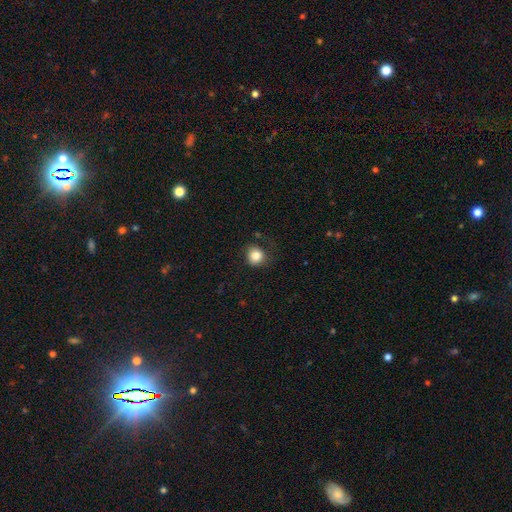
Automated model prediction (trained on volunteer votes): A smooth galaxy with no disk features (83%) that is round (85%). Merging: none (77%).